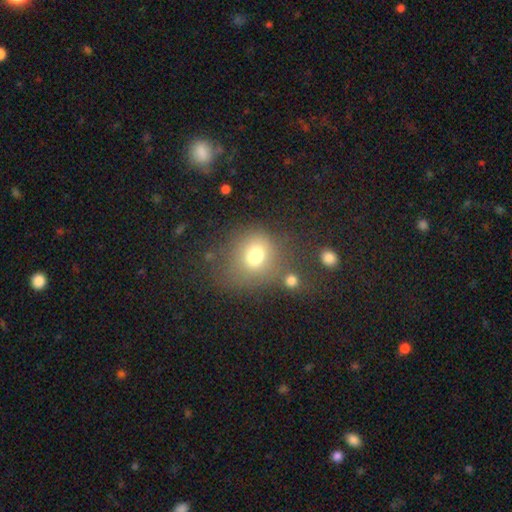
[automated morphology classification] Q: Smooth or featured?
A: smooth (74%); runner-up: star or artifact (14%)
Q: How rounded?
A: round (67%); runner-up: in between (32%)
Q: Merging?
A: none (54%); runner-up: minor disturbance (20%)